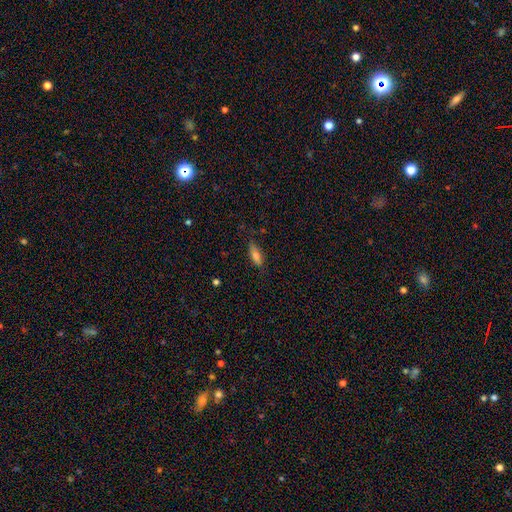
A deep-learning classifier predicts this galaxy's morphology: smooth_or_featured: smooth (p=0.71) [alt: featured or disk p=0.21]
how_rounded: in between (p=0.57) [alt: cigar-shaped p=0.40]
merging: none (p=0.74) [alt: minor disturbance p=0.20]